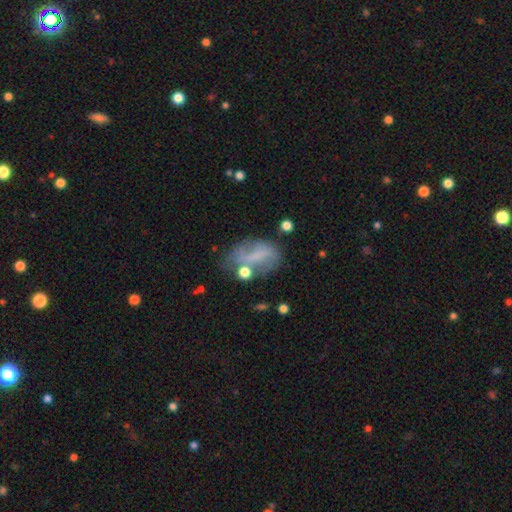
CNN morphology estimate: This appears to be a smooth galaxy with no disk features (47%). Merging: none (43%).